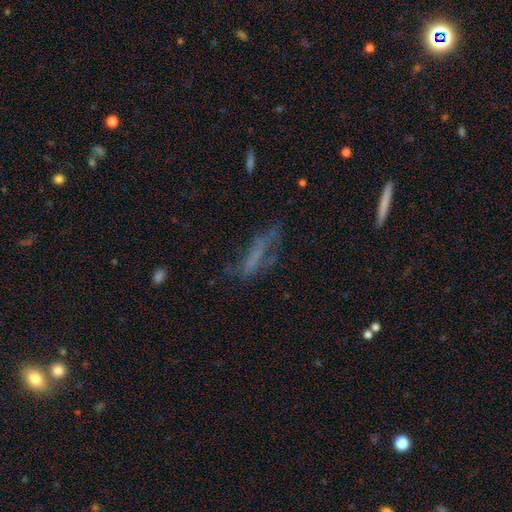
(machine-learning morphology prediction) A smooth galaxy with no disk features (42%).

Vote fractions:
- Smooth or featured? smooth: 42% / featured or disk: 39% / star or artifact: 19%
- Merging? none: 47% / major disturbance: 25% / minor disturbance: 24% / merger: 4%